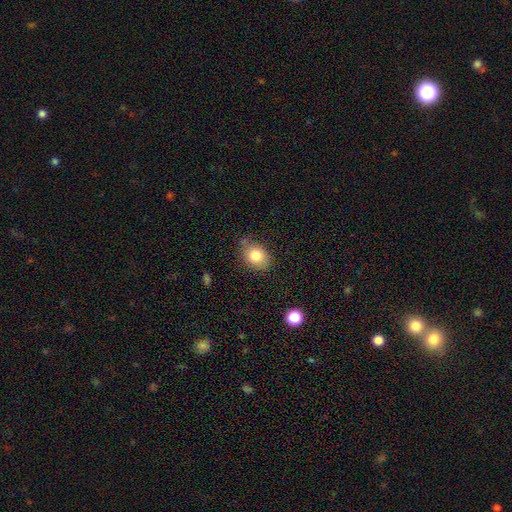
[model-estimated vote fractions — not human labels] This is clearly a smooth galaxy (82%). How rounded: likely in between (63%). Merging: likely none (70%).